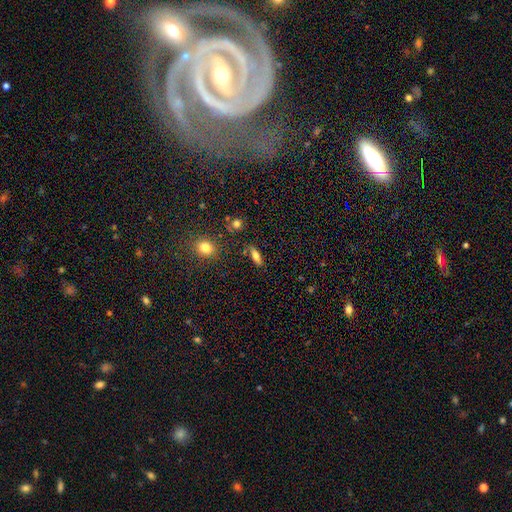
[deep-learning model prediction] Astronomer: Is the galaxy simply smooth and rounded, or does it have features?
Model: smooth — 68%.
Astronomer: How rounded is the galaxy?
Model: in between — 56% (runner-up: cigar-shaped, 39%).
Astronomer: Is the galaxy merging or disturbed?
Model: none — 82%.